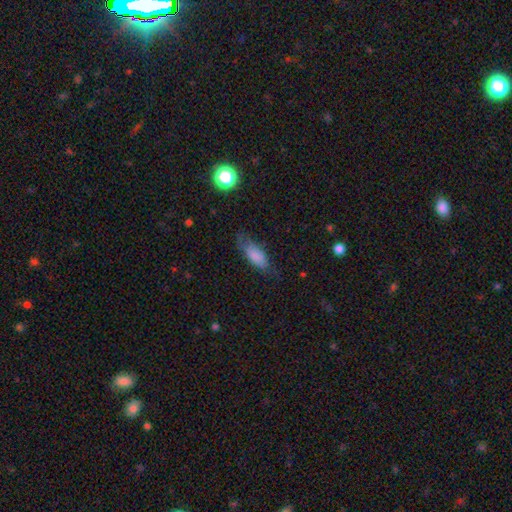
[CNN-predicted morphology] Overall: smooth (78%). How rounded: in between (72%). Merging: none (57%; minor disturbance 29%).